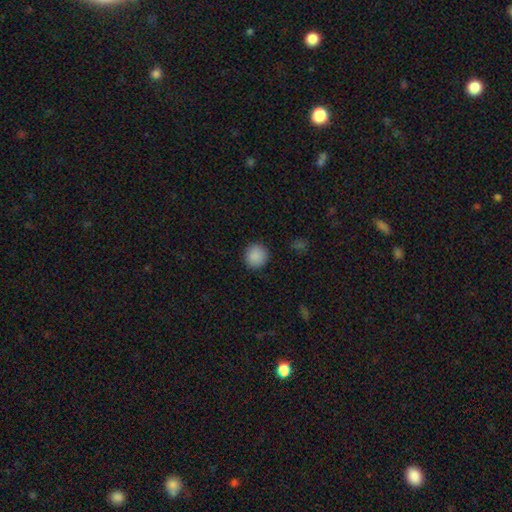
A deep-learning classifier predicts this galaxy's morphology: Overall: smooth (89%). How rounded: round (94%). Merging: none (91%).